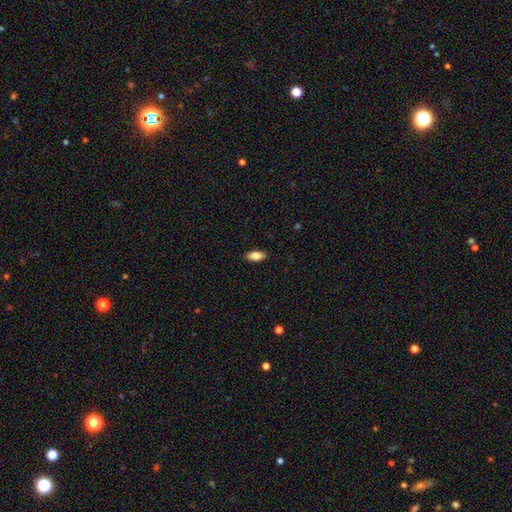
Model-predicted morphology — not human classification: This appears to be a smooth galaxy with no disk features (83%) that is in between round and cigar-shaped (88%). Merging: none (89%).